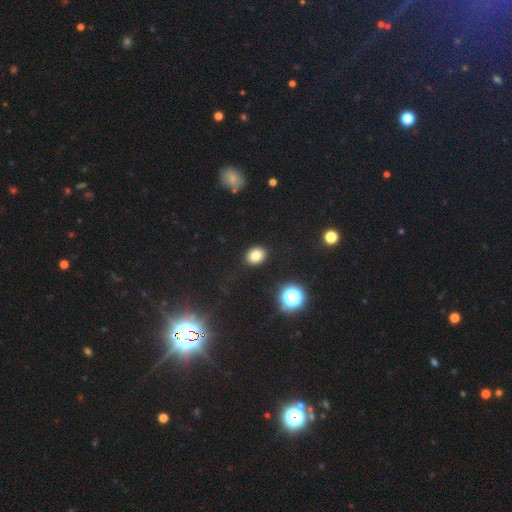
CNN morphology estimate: type=smooth (79%); roundness=in between (50%); merging=none (89%).